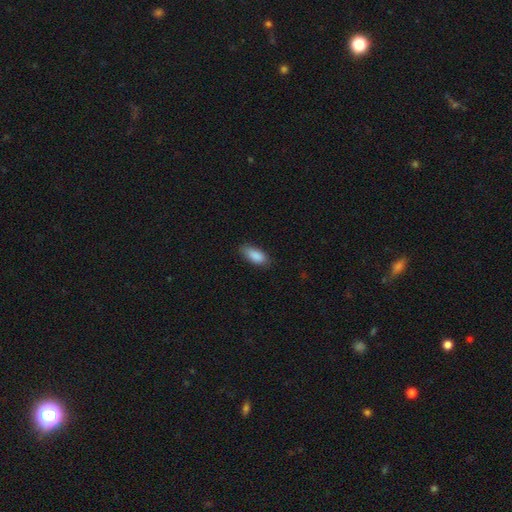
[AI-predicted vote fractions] Overall: smooth (88%). How rounded: in between (86%). Merging: none (78%).